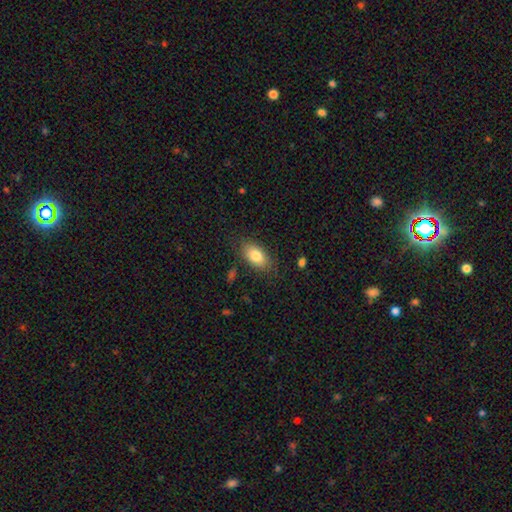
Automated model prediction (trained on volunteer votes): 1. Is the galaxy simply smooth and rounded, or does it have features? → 81% smooth, 12% featured or disk, 7% star or artifact.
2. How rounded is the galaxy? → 91% in between, 5% round, 3% cigar-shaped.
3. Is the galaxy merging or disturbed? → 80% none, 14% minor disturbance, 4% major disturbance, 2% merger.